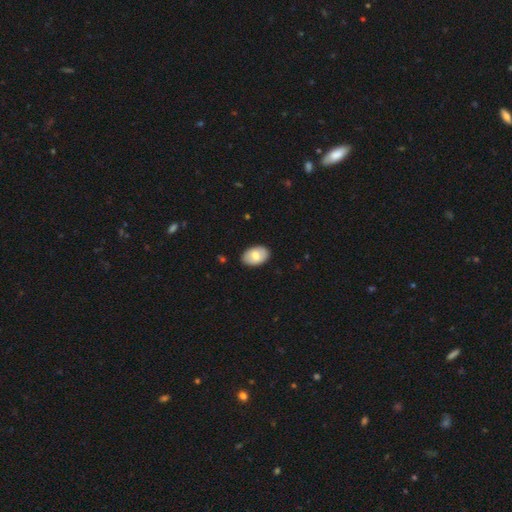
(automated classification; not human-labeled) Smooth or featured? smooth (75%)
How rounded? in between (90%)
Merging? none (88%)